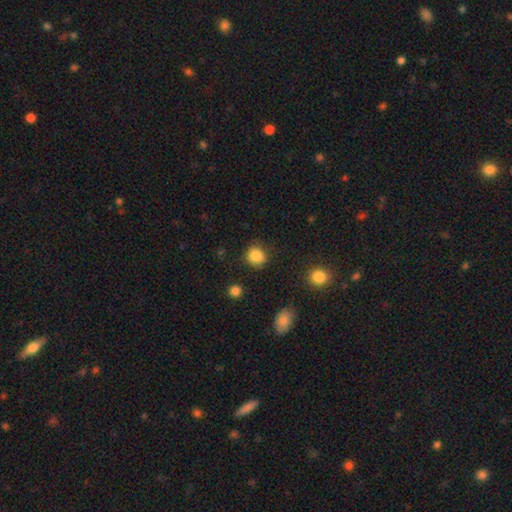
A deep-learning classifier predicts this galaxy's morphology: This is clearly a smooth galaxy (85%). How rounded: clearly round (84%). Merging: clearly none (82%).